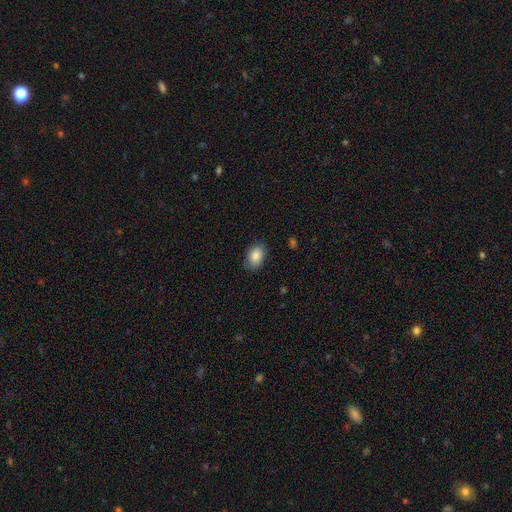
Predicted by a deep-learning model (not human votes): The model was most divided on "merging": none: 82%, minor disturbance: 14%, major disturbance: 3%, merger: 1%. More confident: smooth or featured — smooth (86%); how rounded — in between (84%).